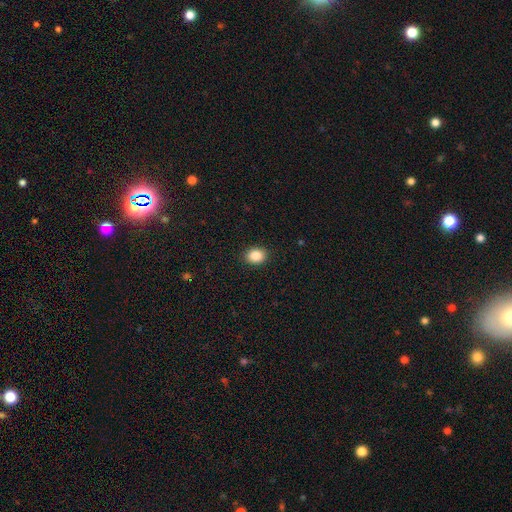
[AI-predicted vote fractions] smooth 87%, star or artifact 9%, featured or disk 4%. Down the decision tree: how rounded — in between (58%); merging — none (90%).